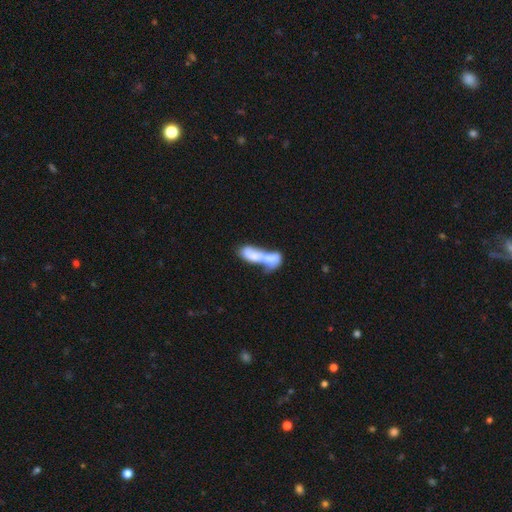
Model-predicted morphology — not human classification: This is possibly a smooth galaxy (58%). How rounded: possibly cigar-shaped (56%). Merging: likely merger (66%).